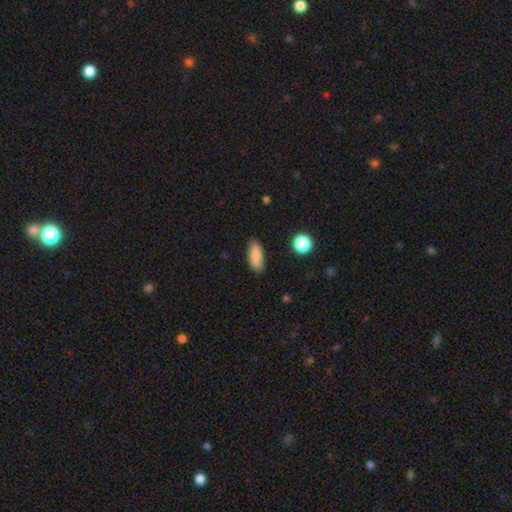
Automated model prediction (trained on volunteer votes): This appears to be a smooth galaxy with no disk features (86%) that is in between round and cigar-shaped (71%). Merging: none (86%).